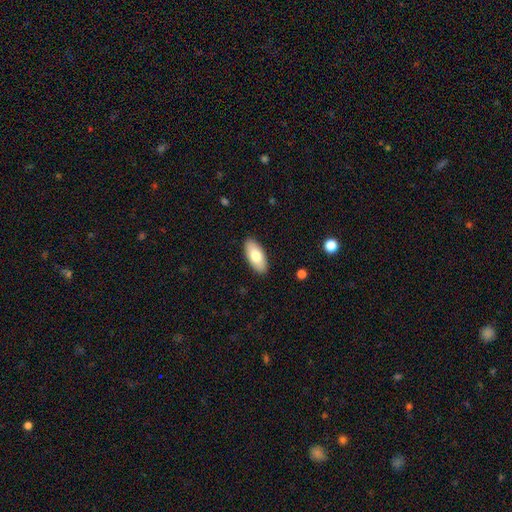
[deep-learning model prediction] smooth 76%, featured or disk 19%, star or artifact 6%. Down the decision tree: how rounded — in between (89%); merging — none (89%).